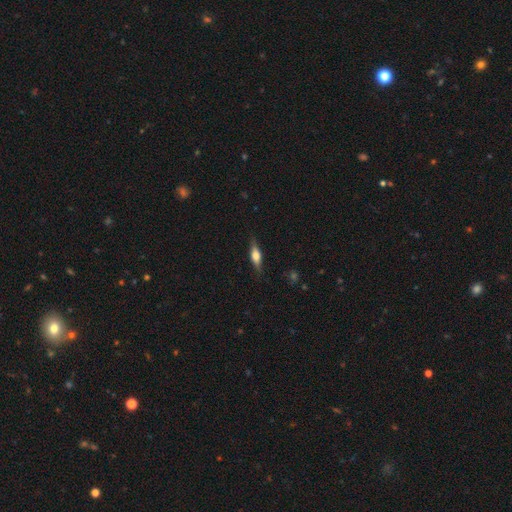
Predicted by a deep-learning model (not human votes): Q: Smooth or featured?
A: smooth (47%); runner-up: featured or disk (46%)
Q: Merging?
A: none (83%); runner-up: minor disturbance (13%)